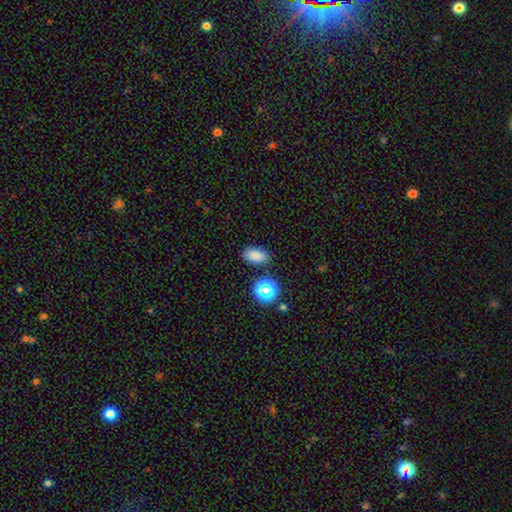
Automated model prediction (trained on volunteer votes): Overall: smooth (81%). How rounded: in between (89%). Merging: none (83%).